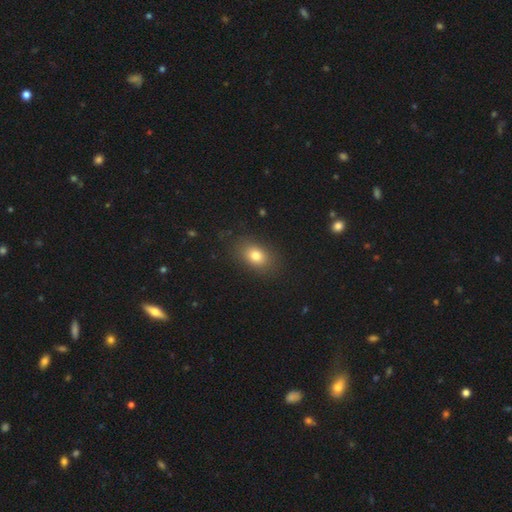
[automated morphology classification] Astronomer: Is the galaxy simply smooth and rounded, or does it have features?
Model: smooth — 79%.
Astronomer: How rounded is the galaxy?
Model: in between — 75%.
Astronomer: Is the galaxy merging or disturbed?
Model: none — 85%.